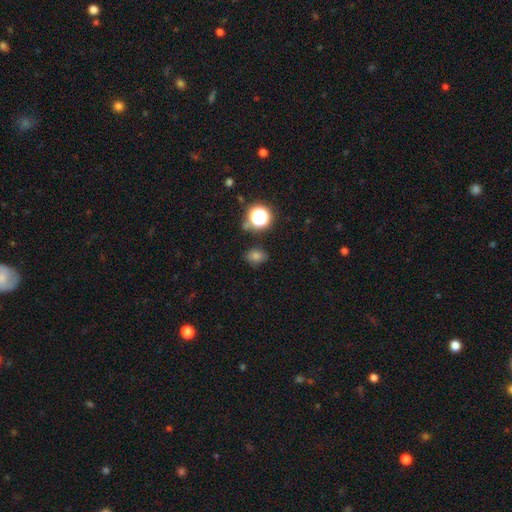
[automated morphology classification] Q: Smooth or featured?
A: smooth (63%); runner-up: star or artifact (30%)
Q: How rounded?
A: round (54%); runner-up: in between (44%)
Q: Merging?
A: none (83%); runner-up: minor disturbance (11%)